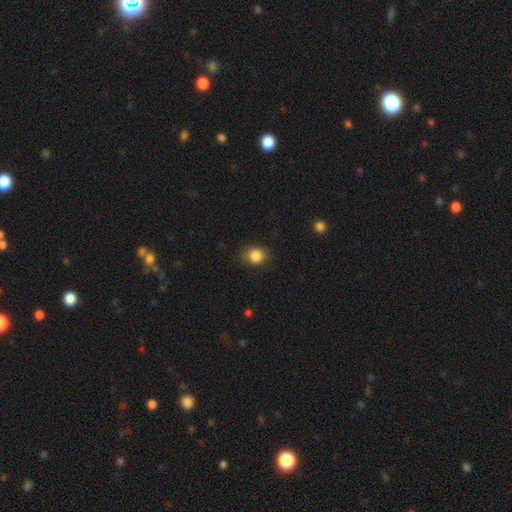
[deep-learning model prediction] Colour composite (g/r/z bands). It shows a smooth galaxy with no disk features (86%) that is round (74%). Merging: none (79%).